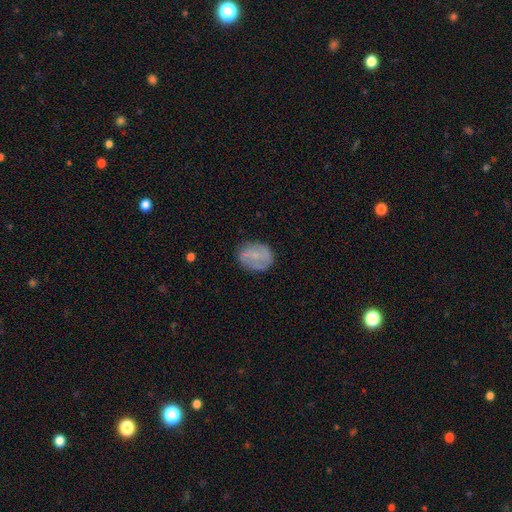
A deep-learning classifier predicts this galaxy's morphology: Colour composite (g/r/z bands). It shows a smooth galaxy with no disk features (49%). Merging: none (73%).